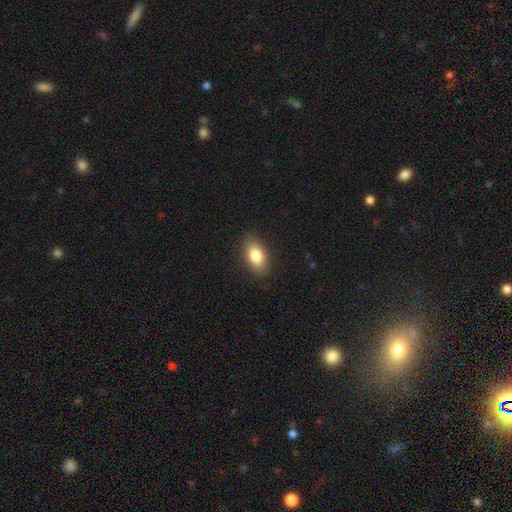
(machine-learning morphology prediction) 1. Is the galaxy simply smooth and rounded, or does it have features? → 82% smooth, 10% featured or disk, 7% star or artifact.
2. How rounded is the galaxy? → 90% in between, 6% round, 4% cigar-shaped.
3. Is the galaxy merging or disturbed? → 87% none, 9% minor disturbance, 2% major disturbance, 1% merger.